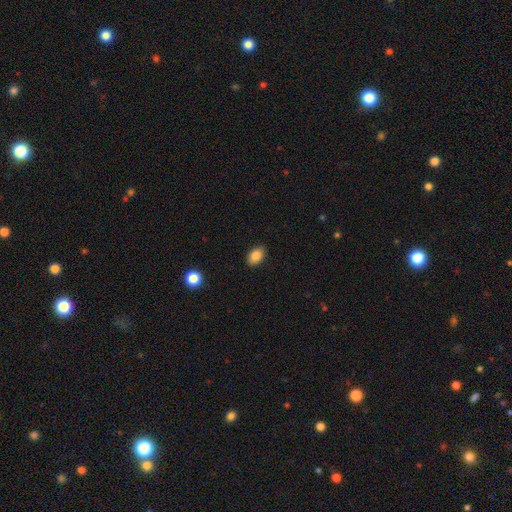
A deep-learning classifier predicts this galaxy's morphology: Overall: smooth (86%). How rounded: in between (85%). Merging: none (89%).